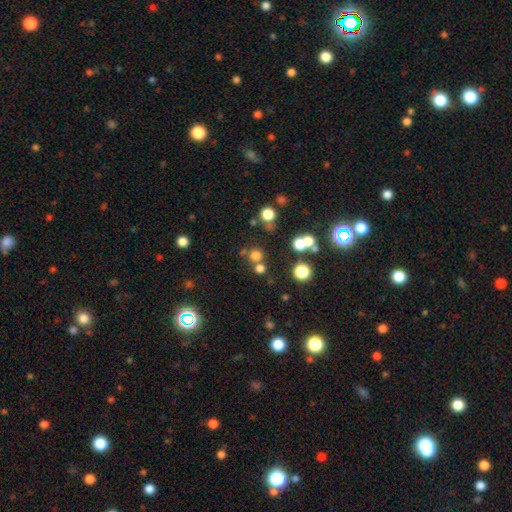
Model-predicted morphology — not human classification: Overall: smooth (69%). How rounded: round (92%). Merging: none (69%).